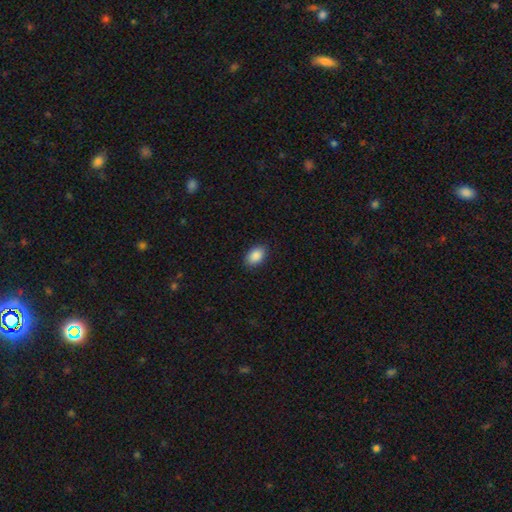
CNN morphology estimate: smooth_or_featured: smooth (p=0.90) [alt: star or artifact p=0.07]
how_rounded: in between (p=0.86) [alt: round p=0.13]
merging: none (p=0.88) [alt: minor disturbance p=0.09]